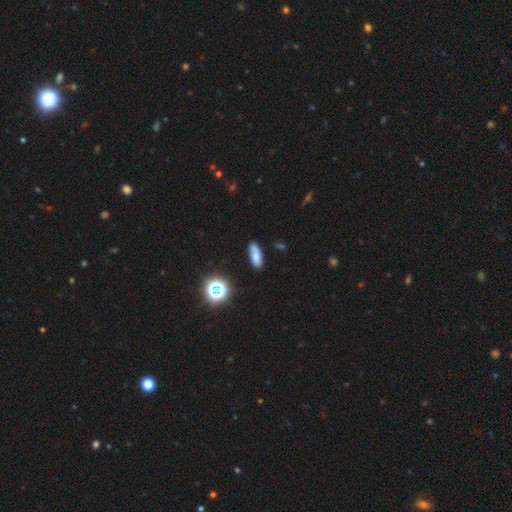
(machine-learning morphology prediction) This is likely a smooth galaxy (69%). How rounded: likely in between (73%). Merging: likely none (75%).